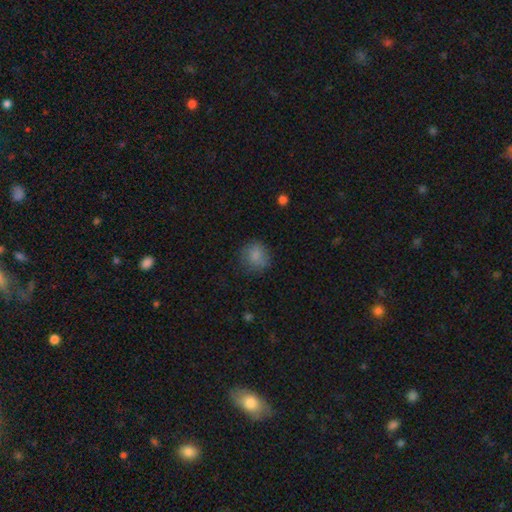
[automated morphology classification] A smooth galaxy with no disk features (80%) that is round (83%). Merging: none (72%).